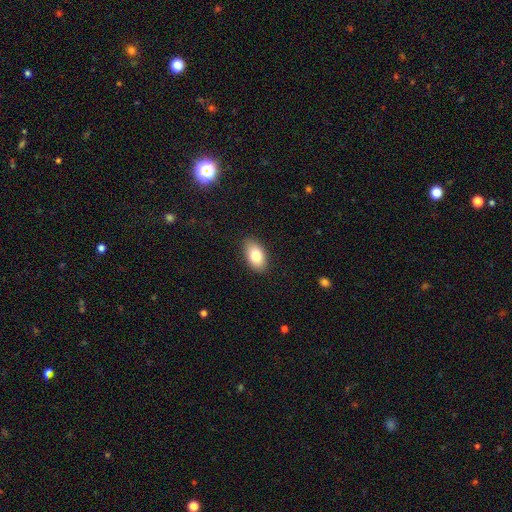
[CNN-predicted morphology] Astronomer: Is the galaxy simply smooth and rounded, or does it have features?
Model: smooth — 81%.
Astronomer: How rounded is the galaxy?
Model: in between — 93%.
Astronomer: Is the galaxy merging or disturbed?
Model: none — 87%.